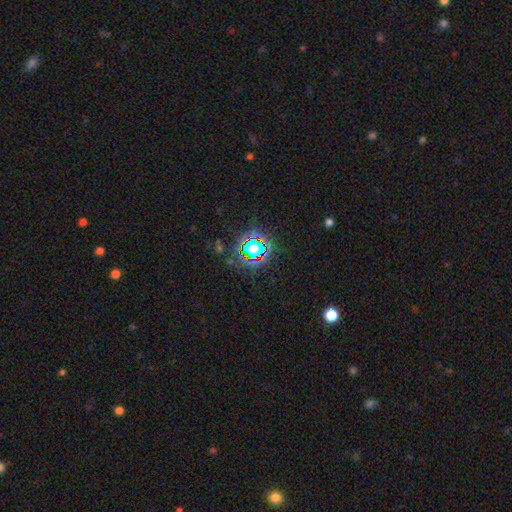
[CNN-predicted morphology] The model was most divided on "smooth or featured": star or artifact: 75%, smooth: 17%, featured or disk: 9%.